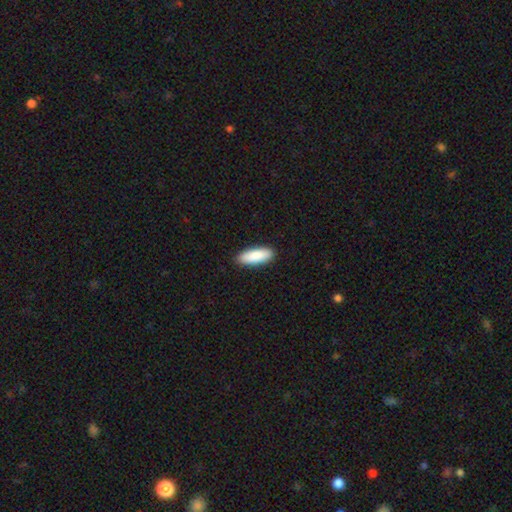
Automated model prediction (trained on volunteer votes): Overall: smooth (89%). How rounded: in between (65%; cigar-shaped 34%). Merging: none (90%).